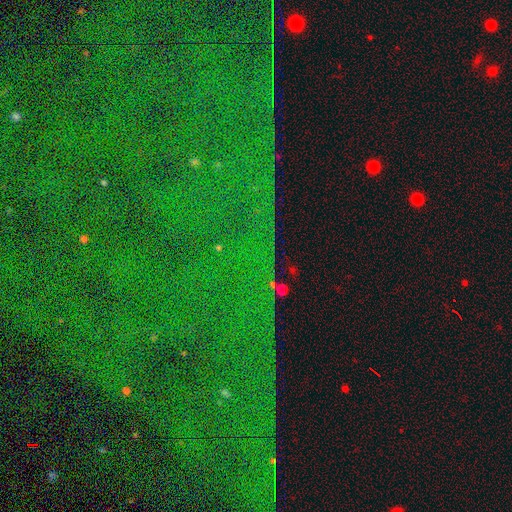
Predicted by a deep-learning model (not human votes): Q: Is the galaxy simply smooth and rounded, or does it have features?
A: star or artifact — 86%.